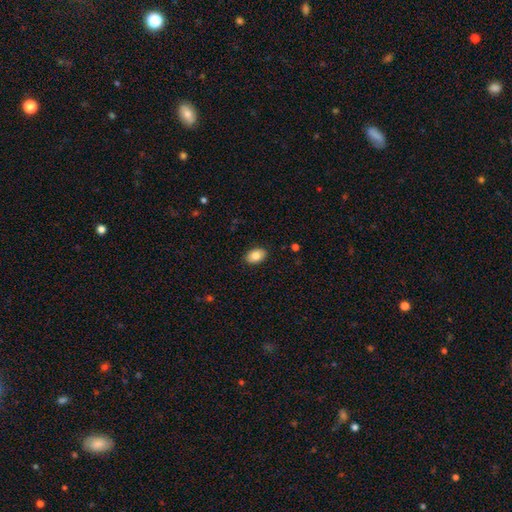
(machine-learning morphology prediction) Smooth or featured? smooth (83%)
How rounded? in between (86%)
Merging? none (89%)